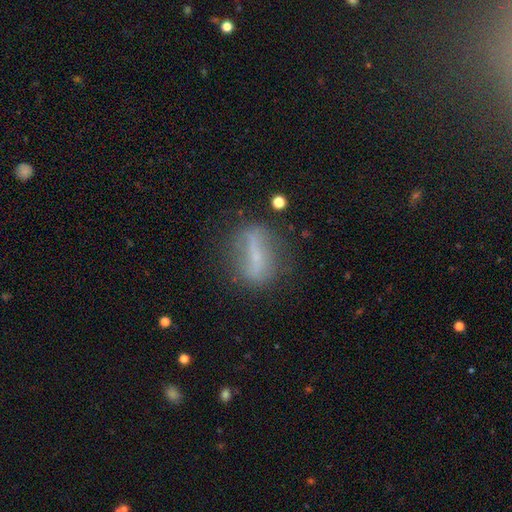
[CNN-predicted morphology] Smooth or featured? Predicted: featured or disk (p=0.58). Edge-on disk? Predicted: no (p=0.73). Merging? Predicted: none (p=0.70).